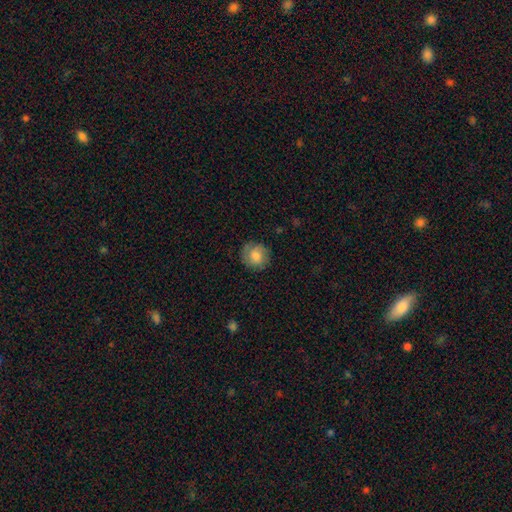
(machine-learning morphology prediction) Smooth or featured?
  - smooth: 79% *
  - featured or disk: 14%
  - star or artifact: 8%
How rounded?
  - round: 88% *
  - in between: 11%
  - cigar-shaped: 1%
Merging?
  - none: 80% *
  - minor disturbance: 15%
  - major disturbance: 4%
  - merger: 1%